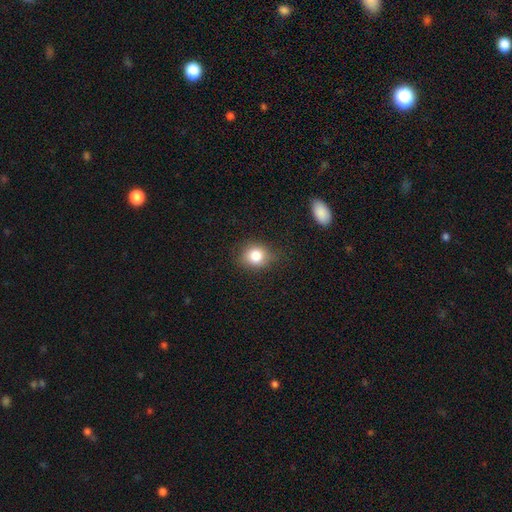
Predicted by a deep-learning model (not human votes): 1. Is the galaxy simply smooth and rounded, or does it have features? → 81% smooth, 11% star or artifact, 8% featured or disk.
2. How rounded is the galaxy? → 68% round, 31% in between, 1% cigar-shaped.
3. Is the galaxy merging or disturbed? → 79% none, 16% minor disturbance, 4% major disturbance, 1% merger.